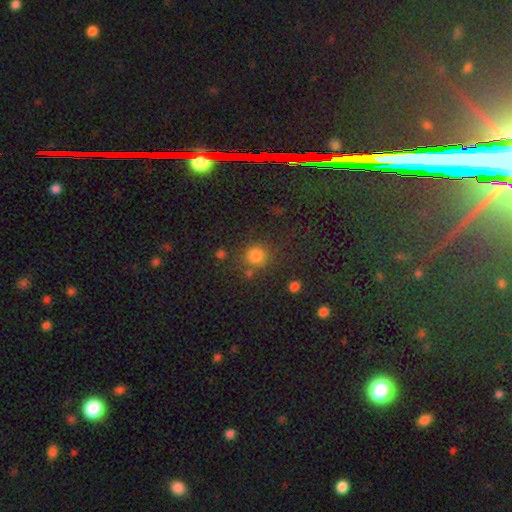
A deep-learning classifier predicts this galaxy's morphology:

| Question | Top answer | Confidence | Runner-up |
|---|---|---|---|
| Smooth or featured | smooth | 76% | star or artifact (17%) |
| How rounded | round | 89% | in between (10%) |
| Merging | none | 74% | minor disturbance (12%) |